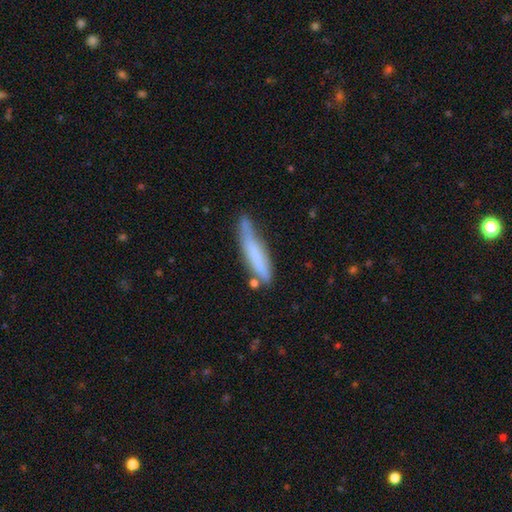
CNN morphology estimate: smooth 66%, featured or disk 27%, star or artifact 7%. Down the decision tree: how rounded — cigar-shaped (88%); merging — none (55%).